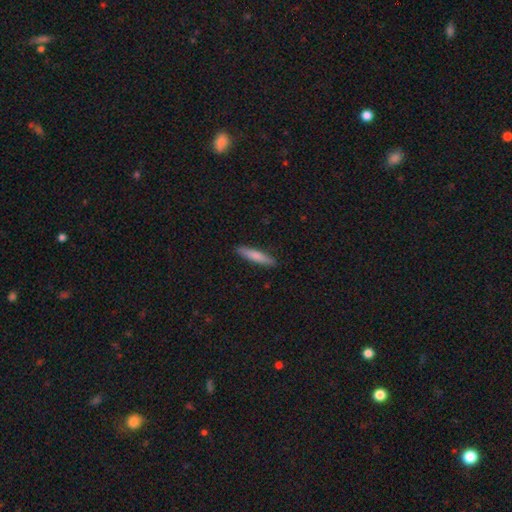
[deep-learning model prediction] This appears to be a smooth galaxy with no disk features (77%) that is cigar-shaped (90%). Merging: none (91%).